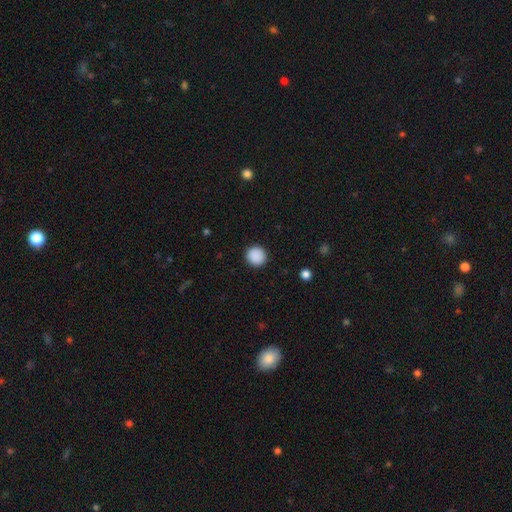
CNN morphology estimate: smooth 90%, star or artifact 8%, featured or disk 2%. Down the decision tree: how rounded — round (92%); merging — none (92%).